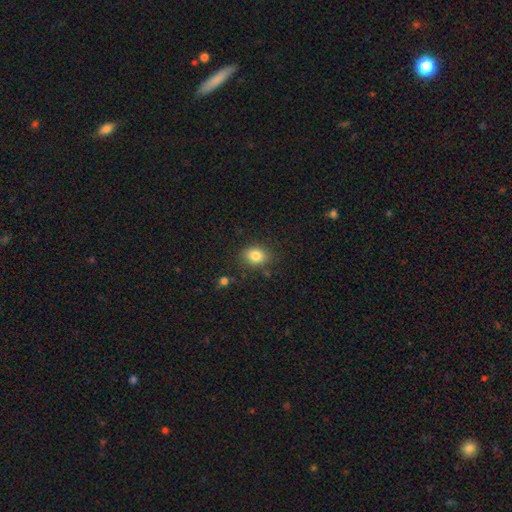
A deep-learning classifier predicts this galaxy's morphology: A smooth galaxy with no disk features (83%) that is in between round and cigar-shaped (54%).

Vote fractions:
- Smooth or featured? smooth: 83% / star or artifact: 10% / featured or disk: 7%
- How rounded? in between: 54% / round: 45% / cigar-shaped: 1%
- Merging? none: 83% / minor disturbance: 12% / major disturbance: 3% / merger: 2%